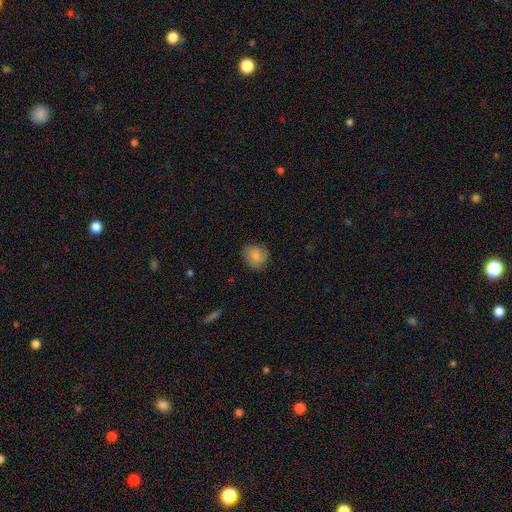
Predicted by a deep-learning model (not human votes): smooth-or-featured: smooth: 80% | featured or disk: 12% | star or artifact: 8%
  how-rounded: round: 81% | in between: 18% | cigar-shaped: 1%
  merging: none: 78% | minor disturbance: 17% | major disturbance: 4% | merger: 1%